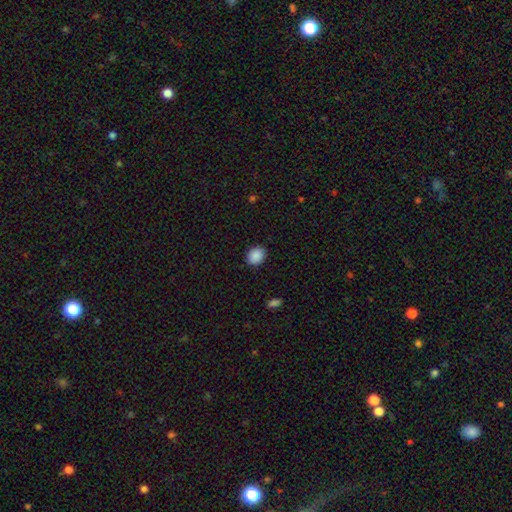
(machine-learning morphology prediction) Smooth or featured? Predicted: smooth (p=0.89). How rounded? Predicted: round (p=0.55). Merging? Predicted: none (p=0.88).